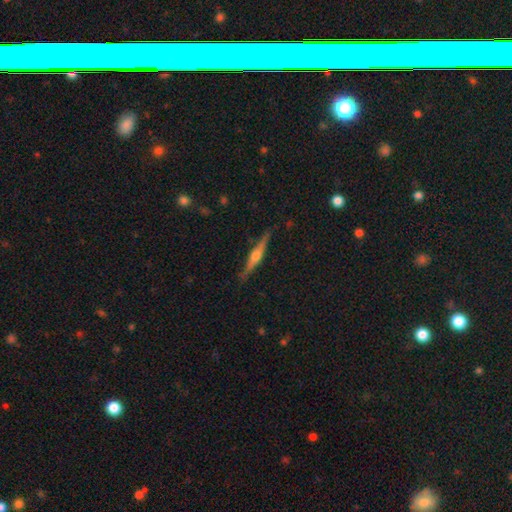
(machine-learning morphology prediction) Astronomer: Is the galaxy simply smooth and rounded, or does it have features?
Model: featured or disk — 77%.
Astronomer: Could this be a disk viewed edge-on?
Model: yes — 98%.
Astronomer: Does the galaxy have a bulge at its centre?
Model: rounded — 91%.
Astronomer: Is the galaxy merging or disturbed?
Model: none — 88%.